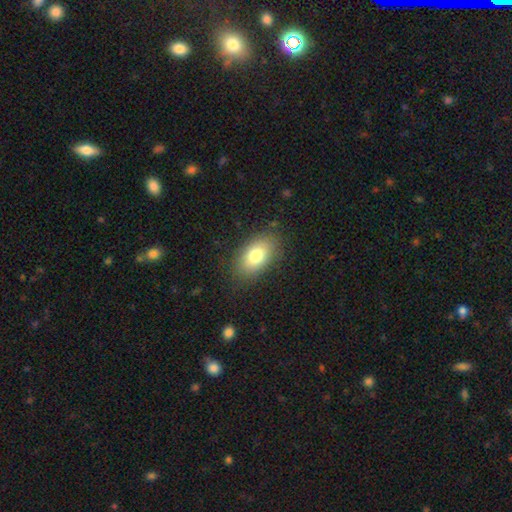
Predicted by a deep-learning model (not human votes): Overall: smooth (79%). How rounded: in between (90%). Merging: none (83%).